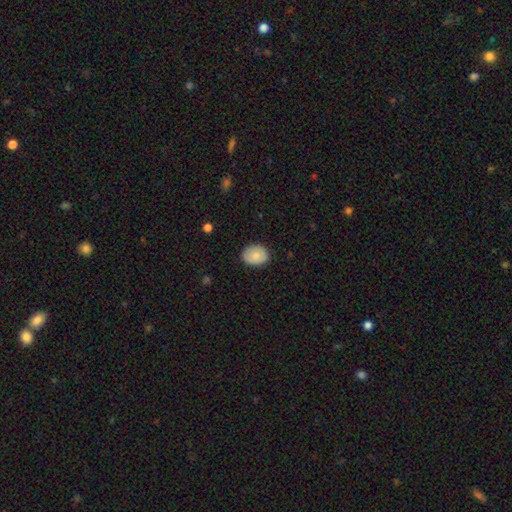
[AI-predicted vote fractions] Smooth or featured?
  - smooth: 85% *
  - featured or disk: 8%
  - star or artifact: 7%
How rounded?
  - in between: 60% *
  - round: 40%
  - cigar-shaped: 1%
Merging?
  - none: 84% *
  - minor disturbance: 12%
  - major disturbance: 2%
  - merger: 1%